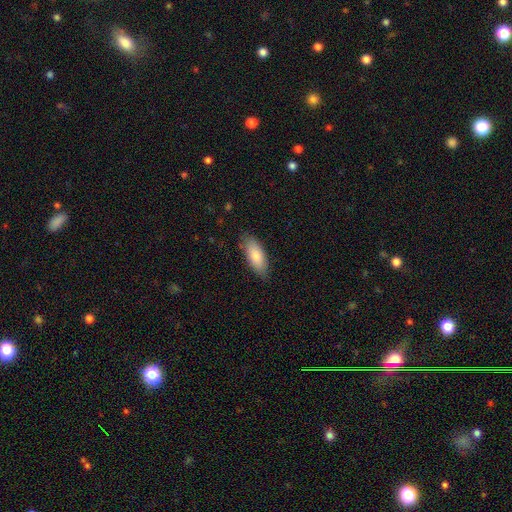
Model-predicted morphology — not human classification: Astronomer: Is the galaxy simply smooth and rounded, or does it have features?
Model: smooth — 80%.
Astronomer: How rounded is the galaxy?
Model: in between — 79%.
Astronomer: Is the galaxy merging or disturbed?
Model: none — 82%.